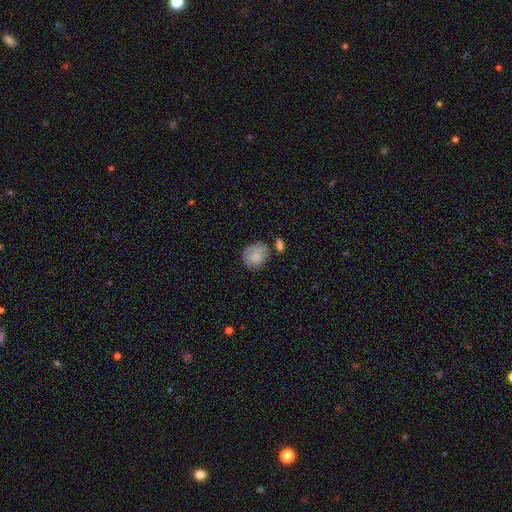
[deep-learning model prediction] Smooth or featured? Predicted: smooth (p=0.80). How rounded? Predicted: round (p=0.76). Merging? Predicted: none (p=0.64).